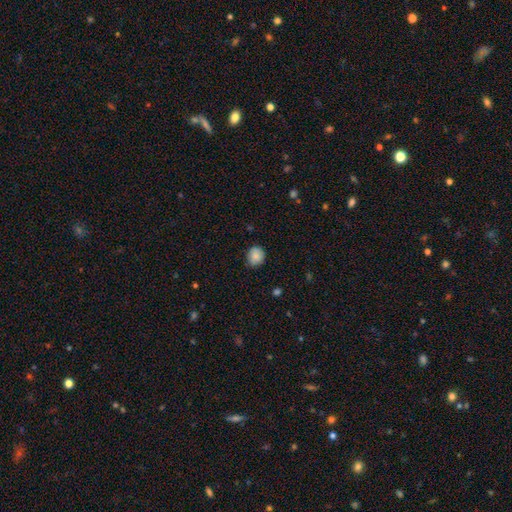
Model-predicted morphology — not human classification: Q: Smooth or featured?
A: smooth (85%); runner-up: star or artifact (8%)
Q: How rounded?
A: round (79%); runner-up: in between (20%)
Q: Merging?
A: none (79%); runner-up: minor disturbance (17%)